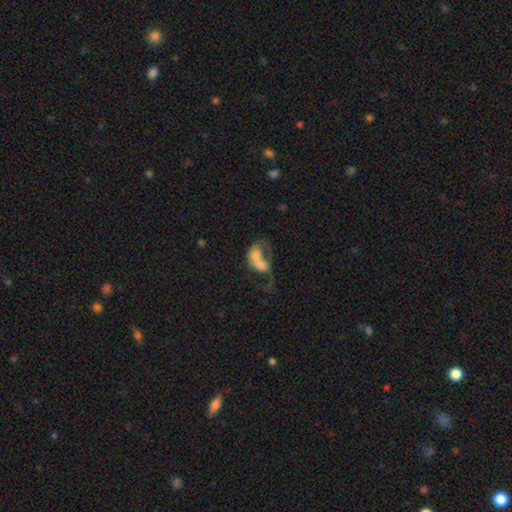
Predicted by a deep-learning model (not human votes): Q: Smooth or featured?
A: smooth (50%); runner-up: featured or disk (39%)
Q: Merging?
A: merger (61%); runner-up: major disturbance (22%)